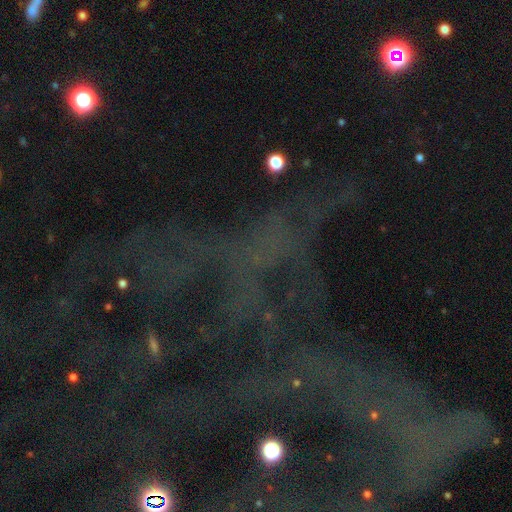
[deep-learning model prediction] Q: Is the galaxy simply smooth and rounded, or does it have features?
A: star or artifact — 76%.